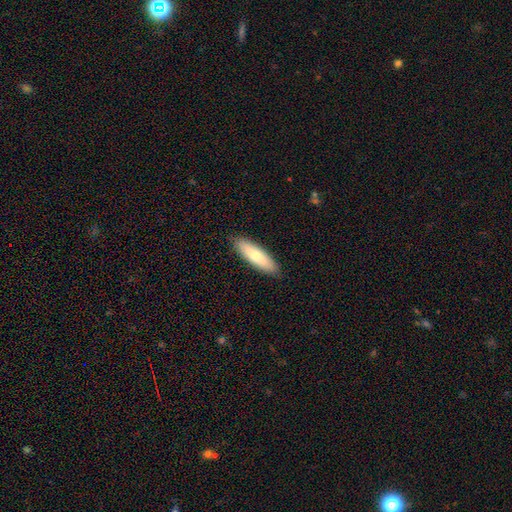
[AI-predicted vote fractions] Overall: smooth (69%). How rounded: cigar-shaped (60%; in between 39%). Merging: none (88%).